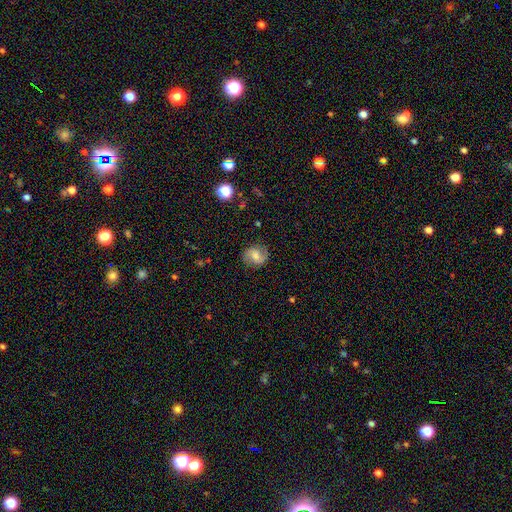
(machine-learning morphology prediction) This is likely a featured or disk galaxy (61%). It is clearly not viewed edge-on (98%). Bar: possibly weak (47%). Spiral arm pattern: clearly yes (92%). Spiral arm count: clearly 2 (89%). Spiral winding: possibly medium (48%). Central bulge: possibly moderate (51%). Merging: clearly none (82%).